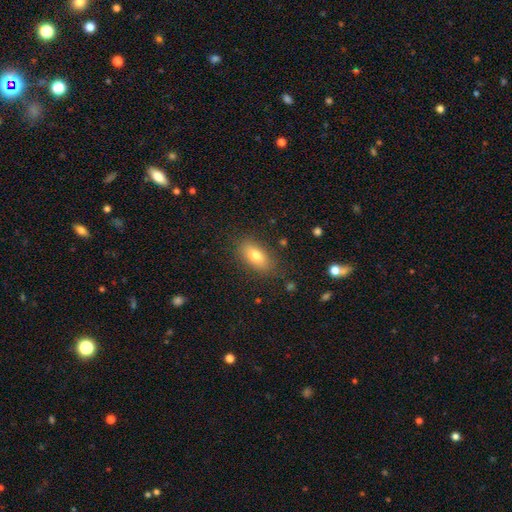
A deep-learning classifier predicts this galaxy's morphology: smooth 77%, featured or disk 14%, star or artifact 9%. Down the decision tree: how rounded — in between (86%); merging — none (83%).